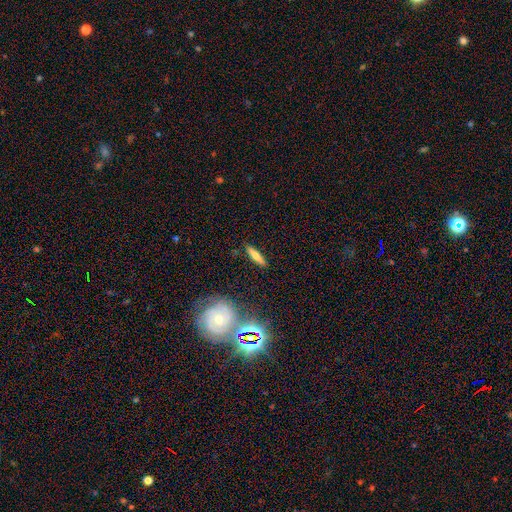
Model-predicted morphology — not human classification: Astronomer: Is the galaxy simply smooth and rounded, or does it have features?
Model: smooth — 57% (runner-up: featured or disk, 34%).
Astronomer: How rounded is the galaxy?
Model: cigar-shaped — 78%.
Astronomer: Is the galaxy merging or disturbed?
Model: none — 87%.